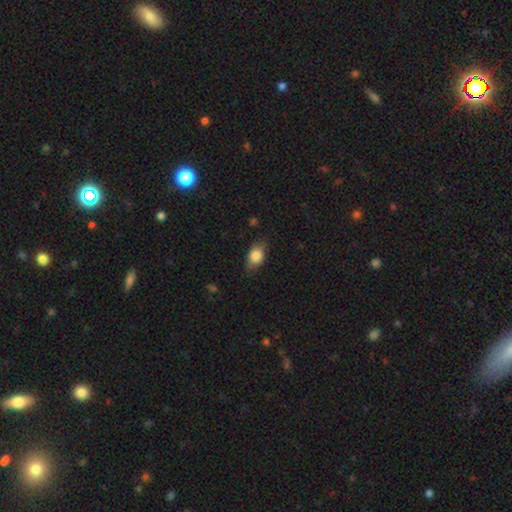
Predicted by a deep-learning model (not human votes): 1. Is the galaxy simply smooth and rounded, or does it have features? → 83% smooth, 10% featured or disk, 8% star or artifact.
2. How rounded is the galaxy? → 82% in between, 14% round, 4% cigar-shaped.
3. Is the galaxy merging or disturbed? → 77% none, 18% minor disturbance, 4% major disturbance, 1% merger.